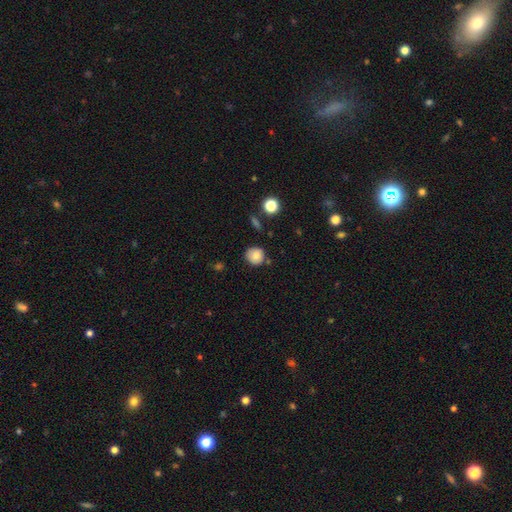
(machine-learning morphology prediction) smooth-or-featured: smooth: 82% | star or artifact: 10% | featured or disk: 8%
  how-rounded: round: 90% | in between: 9% | cigar-shaped: 1%
  merging: none: 78% | minor disturbance: 15% | merger: 4% | major disturbance: 3%